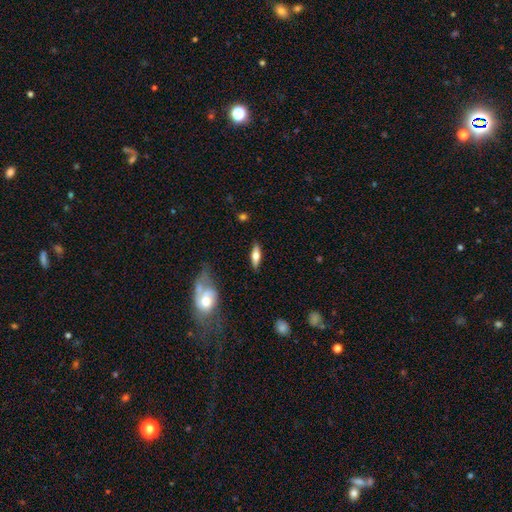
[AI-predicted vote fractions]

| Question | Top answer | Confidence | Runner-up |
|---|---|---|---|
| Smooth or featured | smooth | 54% | featured or disk (40%) |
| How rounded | in between | 56% | cigar-shaped (40%) |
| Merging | none | 83% | minor disturbance (12%) |